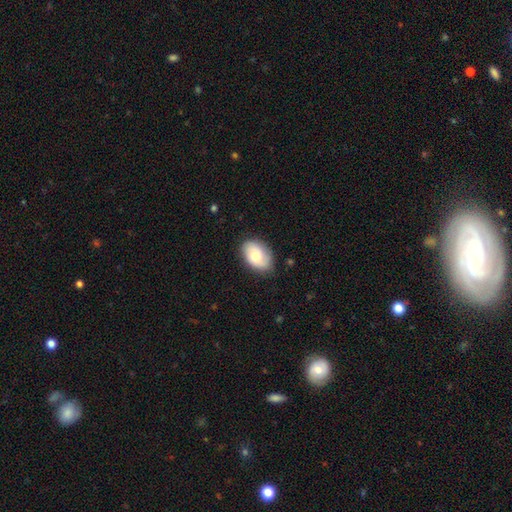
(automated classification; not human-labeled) This is likely a smooth galaxy (71%). How rounded: clearly in between (88%). Merging: likely none (79%).